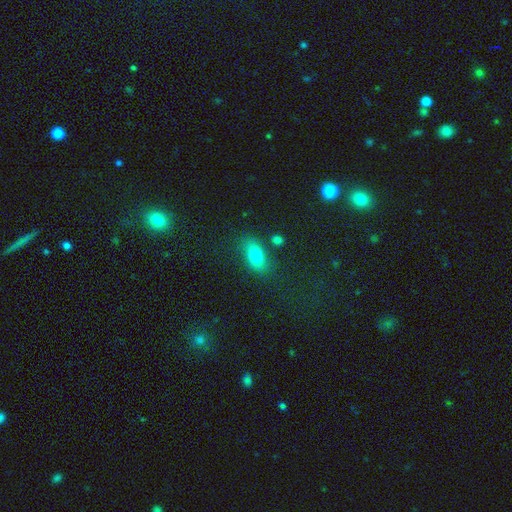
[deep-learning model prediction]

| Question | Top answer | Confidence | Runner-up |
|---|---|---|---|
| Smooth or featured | smooth | 77% | featured or disk (12%) |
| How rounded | in between | 83% | round (10%) |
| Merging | none | 75% | minor disturbance (15%) |